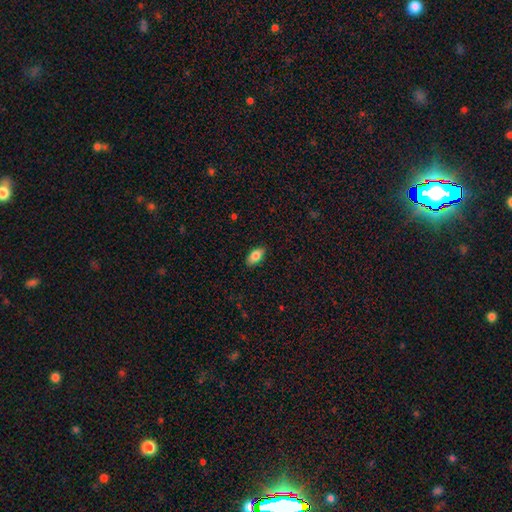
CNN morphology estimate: type=smooth (83%); roundness=in between (92%); merging=none (87%).